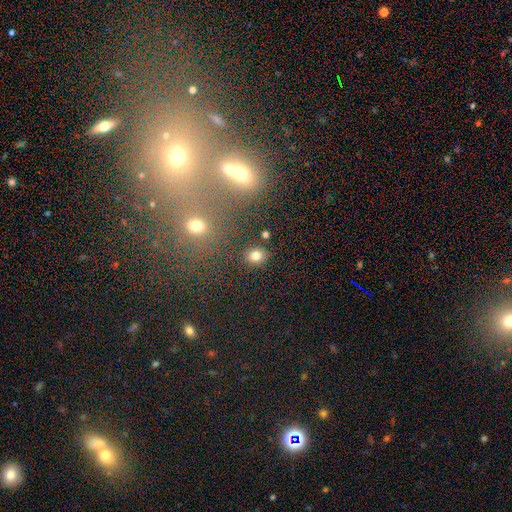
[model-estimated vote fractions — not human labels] smooth-or-featured: smooth: 79% | star or artifact: 14% | featured or disk: 7%
  how-rounded: round: 68% | in between: 31% | cigar-shaped: 1%
  merging: none: 86% | minor disturbance: 8% | merger: 3% | major disturbance: 3%